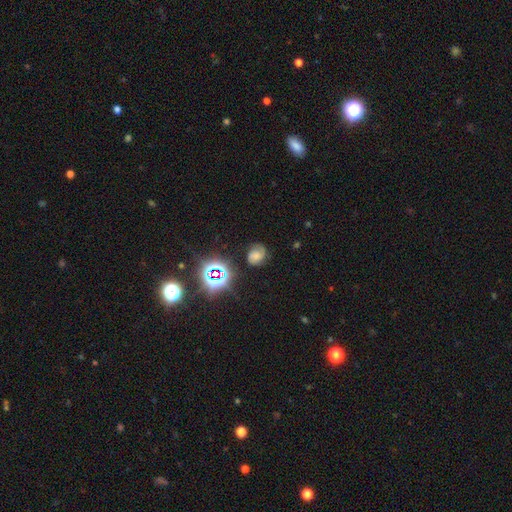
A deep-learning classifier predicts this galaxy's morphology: A featured or disk galaxy (49%). Merging: none (67%).